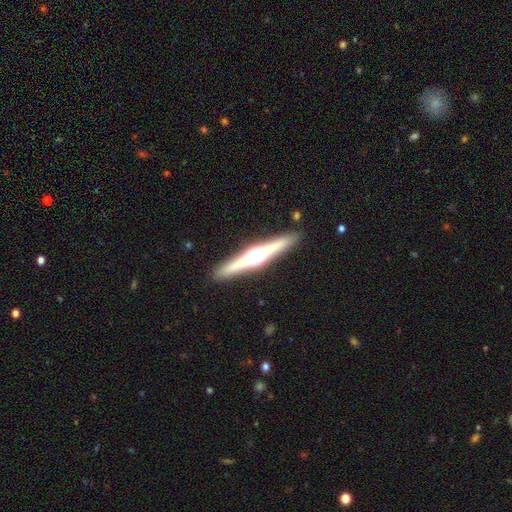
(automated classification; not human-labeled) A featured or disk galaxy (75%) viewed edge-on (97%) with a rounded central bulge (91%).

Vote fractions:
- Smooth or featured? featured or disk: 75% / smooth: 19% / star or artifact: 7%
- Edge-on disk? yes: 97% / no: 3%
- Edge-on bulge? rounded: 91% / boxy: 7% / none: 2%
- Merging? none: 89% / minor disturbance: 7% / major disturbance: 2% / merger: 1%